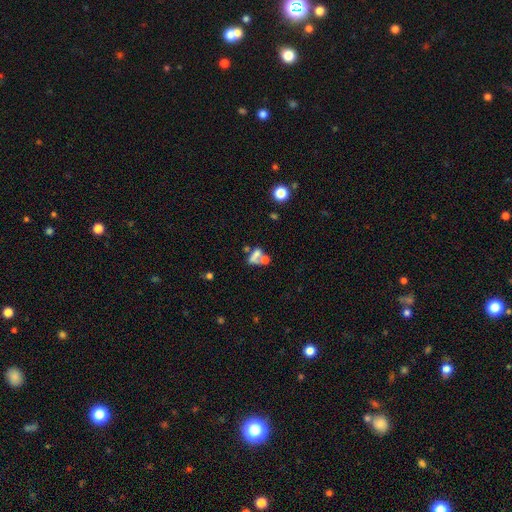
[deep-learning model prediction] Overall: smooth (54%; featured or disk 30%). How rounded: in between (66%). Merging: merger (54%; none 24%).